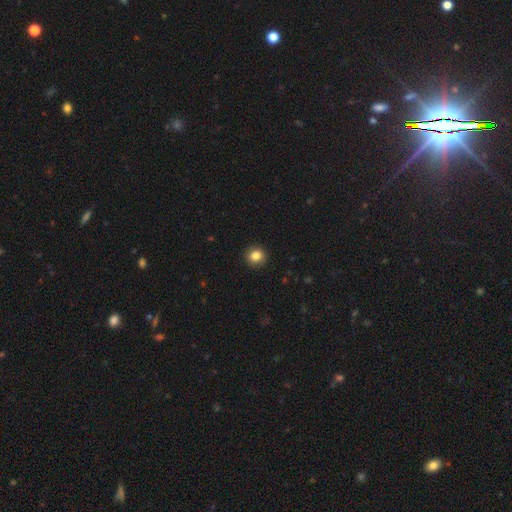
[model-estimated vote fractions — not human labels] Morphology: type=smooth (84%); roundness=round (91%); merging=none (92%).